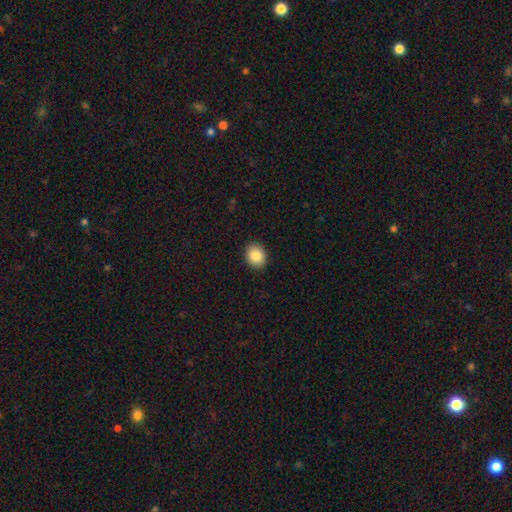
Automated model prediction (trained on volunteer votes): Smooth or featured: smooth — 87% (star or artifact — 8%)
How rounded: round — 57% (in between — 42%)
Merging: none — 91% (minor disturbance — 6%)